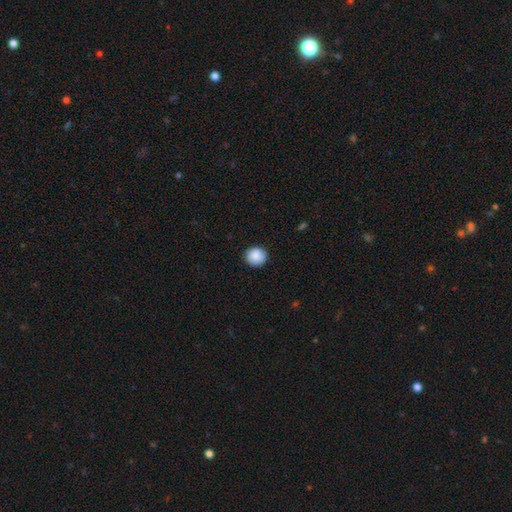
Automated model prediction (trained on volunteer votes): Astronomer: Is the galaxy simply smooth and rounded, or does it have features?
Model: smooth — 87%.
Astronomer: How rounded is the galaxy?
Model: round — 92%.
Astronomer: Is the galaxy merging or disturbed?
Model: none — 89%.